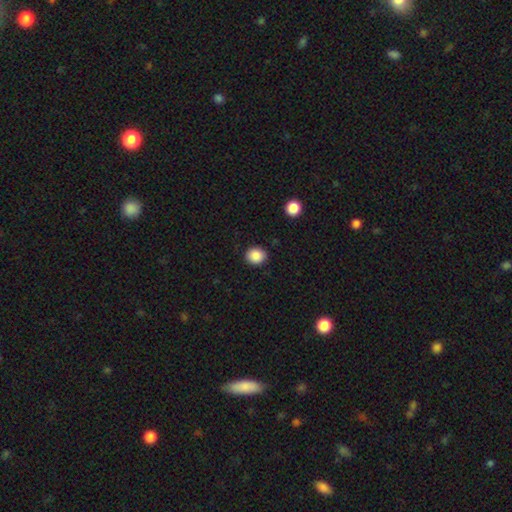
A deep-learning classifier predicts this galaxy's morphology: smooth-or-featured: smooth: 88% | star or artifact: 9% | featured or disk: 3%
  how-rounded: round: 71% | in between: 28% | cigar-shaped: 1%
  merging: none: 89% | minor disturbance: 8% | major disturbance: 2% | merger: 1%